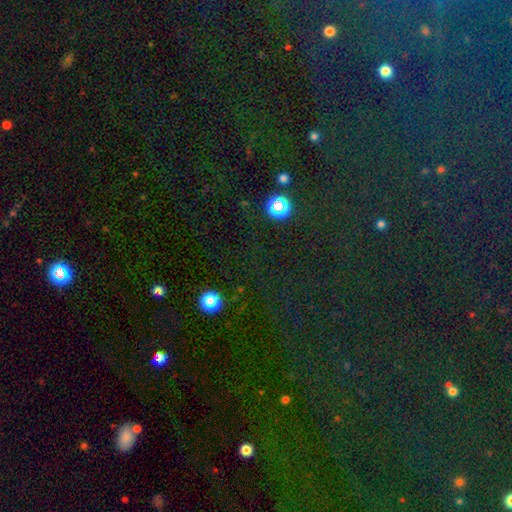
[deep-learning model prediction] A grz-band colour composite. It shows a star or artifact, not a galaxy (71%).